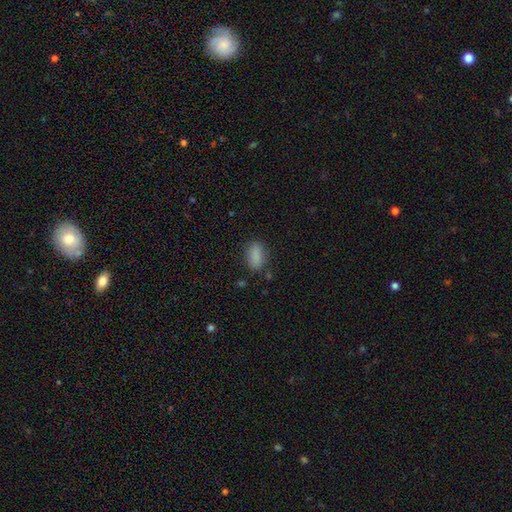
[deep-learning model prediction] Overall: smooth (87%). How rounded: in between (88%). Merging: none (81%).